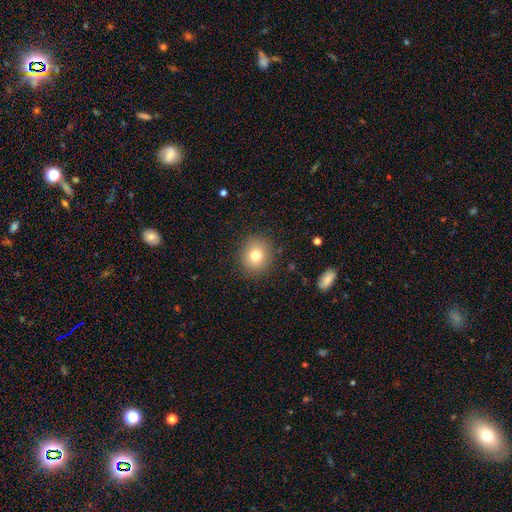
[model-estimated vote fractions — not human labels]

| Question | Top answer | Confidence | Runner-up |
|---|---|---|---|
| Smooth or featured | smooth | 77% | star or artifact (12%) |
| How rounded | round | 81% | in between (18%) |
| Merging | none | 88% | minor disturbance (8%) |